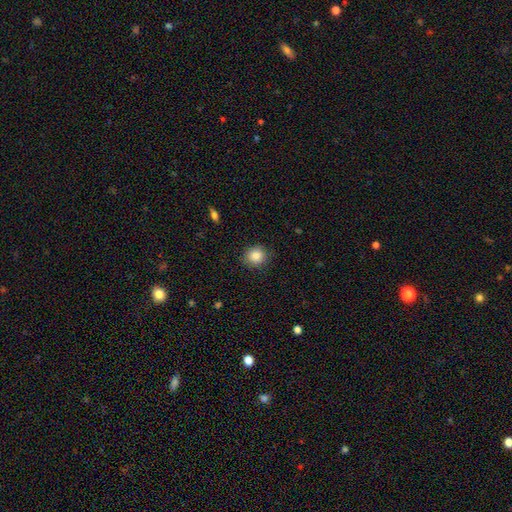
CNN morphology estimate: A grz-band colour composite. It shows a smooth galaxy with no disk features (86%) that is round (84%). Merging: none (85%).